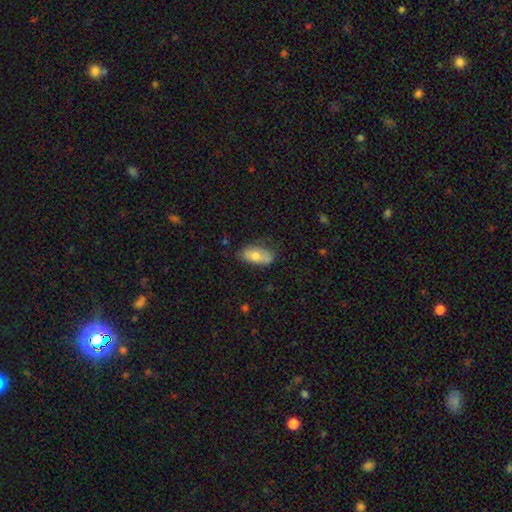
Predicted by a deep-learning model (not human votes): Smooth or featured? Predicted: smooth (p=0.72). How rounded? Predicted: in between (p=0.88). Merging? Predicted: none (p=0.68).